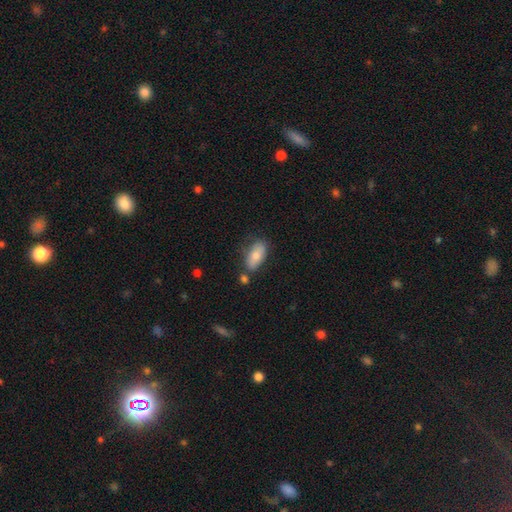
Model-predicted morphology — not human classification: Smooth or featured: smooth — 76% (featured or disk — 18%)
How rounded: in between — 89% (cigar-shaped — 8%)
Merging: none — 66% (minor disturbance — 19%)